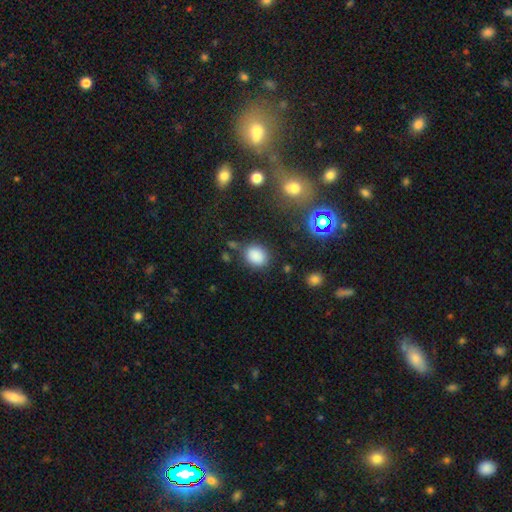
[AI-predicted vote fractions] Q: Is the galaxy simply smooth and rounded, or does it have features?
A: smooth — 83%.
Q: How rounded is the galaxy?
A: round — 50%.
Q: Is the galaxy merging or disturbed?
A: none — 75%.